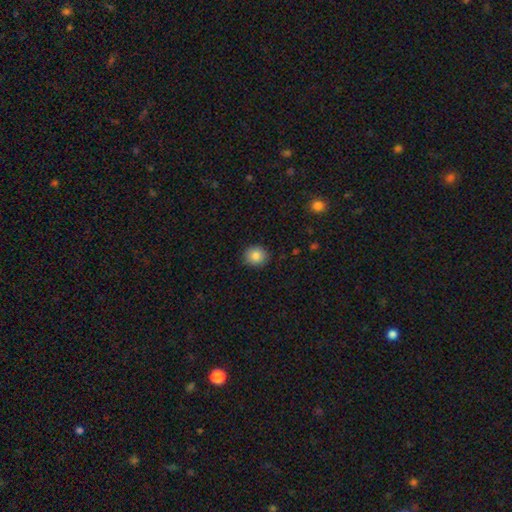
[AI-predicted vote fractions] A smooth galaxy with no disk features (85%) that is round (80%). Merging: none (89%).